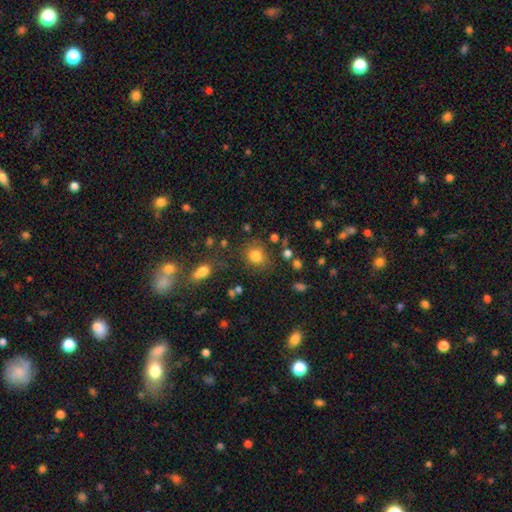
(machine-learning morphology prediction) Smooth or featured? smooth (79%)
How rounded? round (65%)
Merging? none (71%)